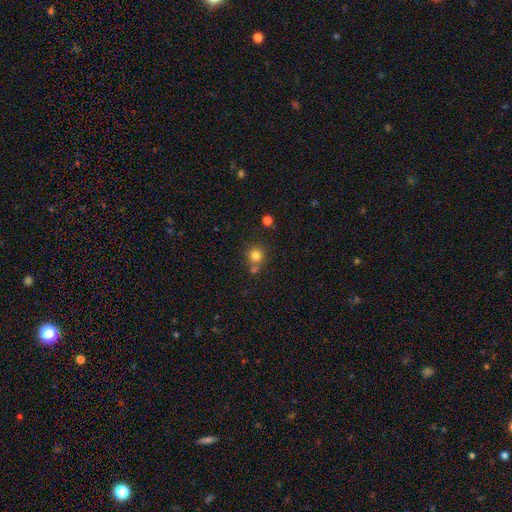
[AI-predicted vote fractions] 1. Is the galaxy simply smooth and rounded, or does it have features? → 80% smooth, 13% star or artifact, 7% featured or disk.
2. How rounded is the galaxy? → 91% round, 8% in between, 1% cigar-shaped.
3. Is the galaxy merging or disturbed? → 65% none, 22% merger, 10% minor disturbance, 3% major disturbance.